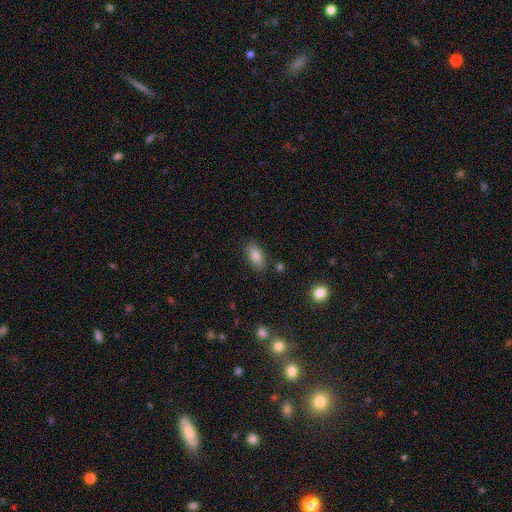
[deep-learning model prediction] Smooth or featured: smooth — 83% (featured or disk — 8%)
How rounded: in between — 90% (cigar-shaped — 6%)
Merging: none — 83% (minor disturbance — 11%)